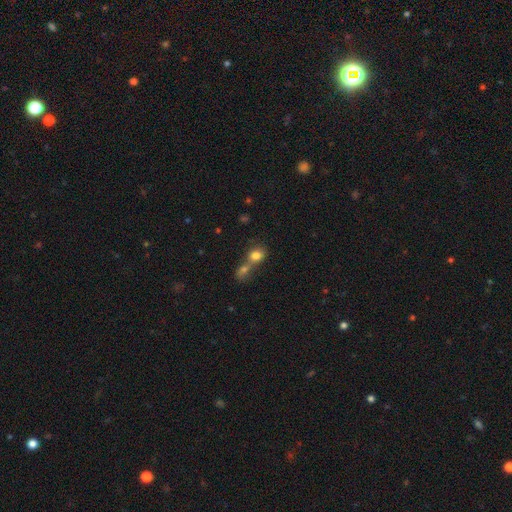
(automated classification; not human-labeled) This appears to be a smooth galaxy with no disk features (77%) that is round (54%). Merging: merger (68%).